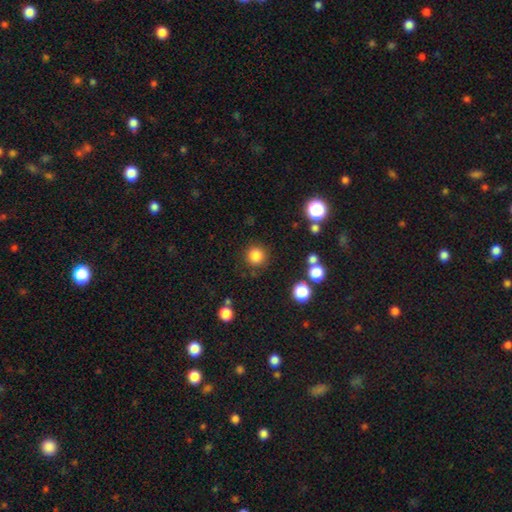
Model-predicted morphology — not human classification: Smooth or featured?
  - smooth: 84% *
  - star or artifact: 12%
  - featured or disk: 4%
How rounded?
  - round: 94% *
  - in between: 5%
  - cigar-shaped: 1%
Merging?
  - none: 87% *
  - minor disturbance: 7%
  - major disturbance: 3%
  - merger: 2%